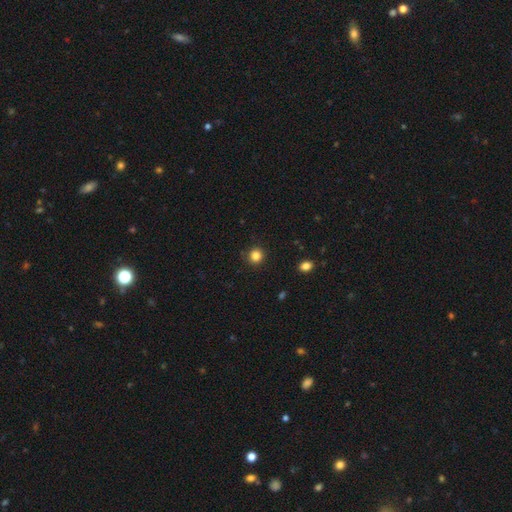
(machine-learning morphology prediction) A smooth galaxy with no disk features (84%) that is round (92%).

Vote fractions:
- Smooth or featured? smooth: 84% / star or artifact: 12% / featured or disk: 4%
- How rounded? round: 92% / in between: 7% / cigar-shaped: 1%
- Merging? none: 89% / minor disturbance: 7% / major disturbance: 2% / merger: 1%